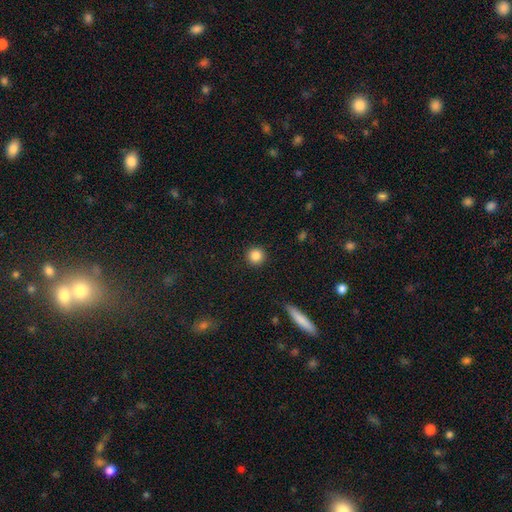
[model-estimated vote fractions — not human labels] smooth-or-featured: smooth: 86% | star or artifact: 10% | featured or disk: 5%
  how-rounded: round: 94% | in between: 5% | cigar-shaped: 1%
  merging: none: 92% | minor disturbance: 5% | major disturbance: 2% | merger: 1%